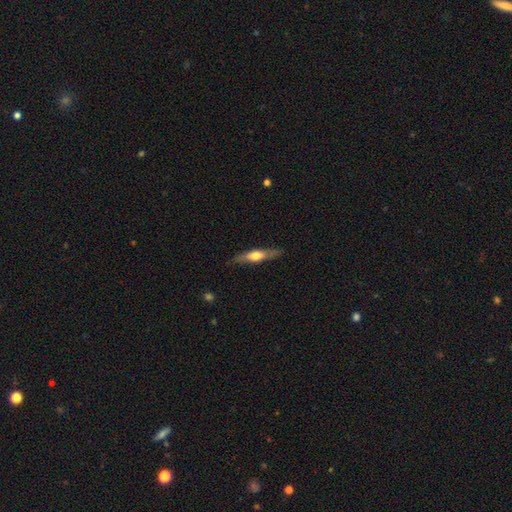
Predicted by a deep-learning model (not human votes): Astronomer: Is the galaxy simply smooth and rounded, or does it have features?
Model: featured or disk — 54% (runner-up: smooth, 41%).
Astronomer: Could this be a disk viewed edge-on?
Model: yes — 88%.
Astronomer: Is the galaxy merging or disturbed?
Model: none — 84%.